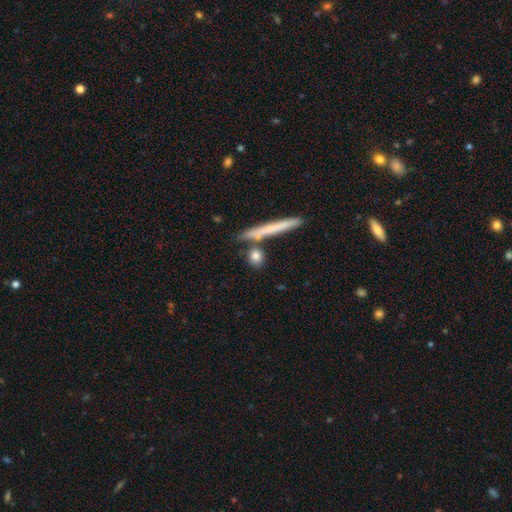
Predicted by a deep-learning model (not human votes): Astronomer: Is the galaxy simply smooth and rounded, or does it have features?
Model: smooth — 78%.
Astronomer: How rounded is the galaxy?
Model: round — 56%.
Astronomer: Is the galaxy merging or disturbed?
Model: none — 73%.